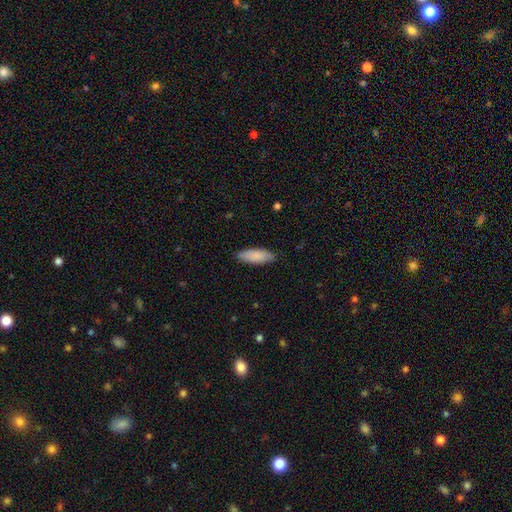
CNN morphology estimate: Q: Smooth or featured?
A: smooth (87%); runner-up: featured or disk (7%)
Q: How rounded?
A: in between (72%); runner-up: cigar-shaped (26%)
Q: Merging?
A: none (83%); runner-up: minor disturbance (14%)